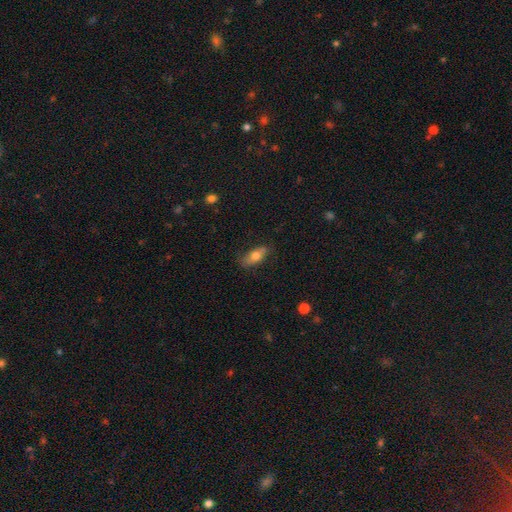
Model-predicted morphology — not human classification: Smooth or featured?
  - smooth: 68% *
  - featured or disk: 25%
  - star or artifact: 7%
How rounded?
  - in between: 79% *
  - cigar-shaped: 17%
  - round: 4%
Merging?
  - none: 75% *
  - minor disturbance: 19%
  - major disturbance: 4%
  - merger: 1%